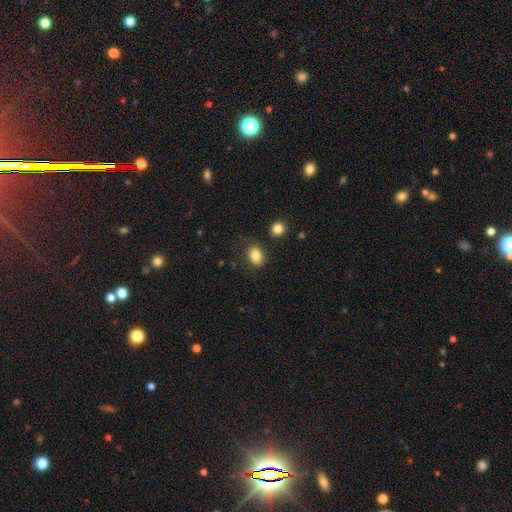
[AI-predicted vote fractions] Smooth or featured?
  - smooth: 83% *
  - star or artifact: 9%
  - featured or disk: 8%
How rounded?
  - in between: 78% *
  - round: 20%
  - cigar-shaped: 1%
Merging?
  - none: 78% *
  - minor disturbance: 15%
  - major disturbance: 4%
  - merger: 3%